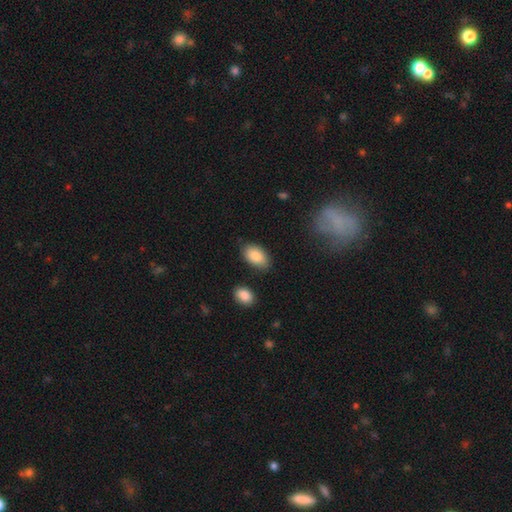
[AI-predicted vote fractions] Q: Smooth or featured?
A: smooth (86%); runner-up: featured or disk (8%)
Q: How rounded?
A: in between (93%); runner-up: round (5%)
Q: Merging?
A: none (80%); runner-up: minor disturbance (14%)